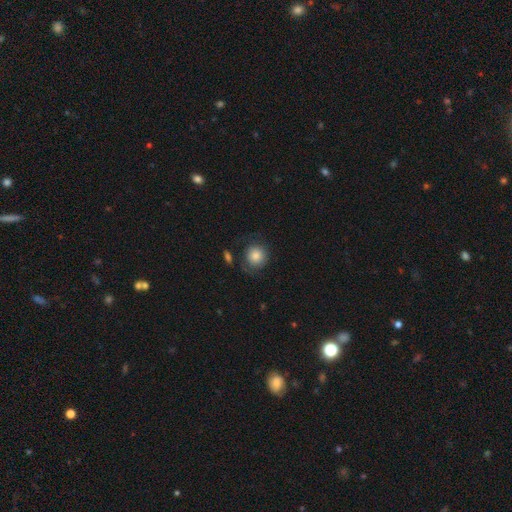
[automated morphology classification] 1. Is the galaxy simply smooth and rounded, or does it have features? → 82% smooth, 10% featured or disk, 8% star or artifact.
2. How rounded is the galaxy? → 88% round, 11% in between, 1% cigar-shaped.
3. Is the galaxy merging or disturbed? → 70% none, 18% minor disturbance, 9% major disturbance, 4% merger.